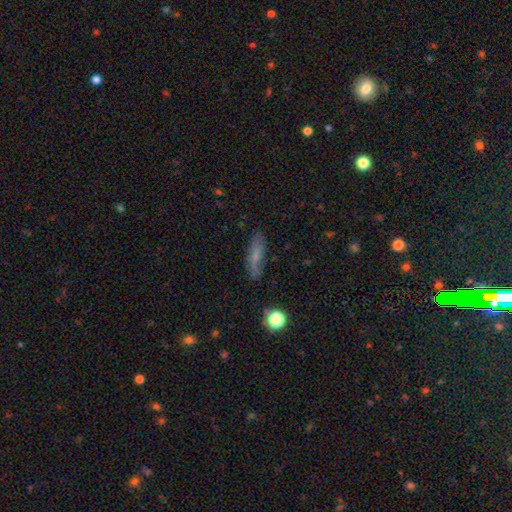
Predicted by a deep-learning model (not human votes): Q: Smooth or featured?
A: smooth (61%); runner-up: featured or disk (29%)
Q: How rounded?
A: cigar-shaped (63%); runner-up: in between (33%)
Q: Merging?
A: none (78%); runner-up: minor disturbance (16%)